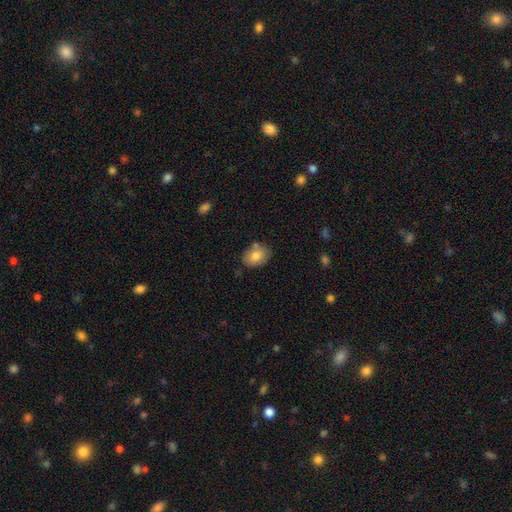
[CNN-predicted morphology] A smooth galaxy with no disk features (79%) that is in between round and cigar-shaped (75%). Merging: none (75%).